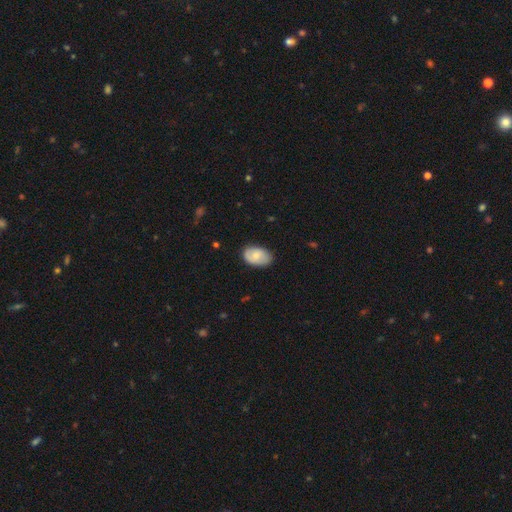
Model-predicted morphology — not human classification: This is likely a smooth galaxy (72%). How rounded: clearly in between (89%). Merging: likely none (75%).